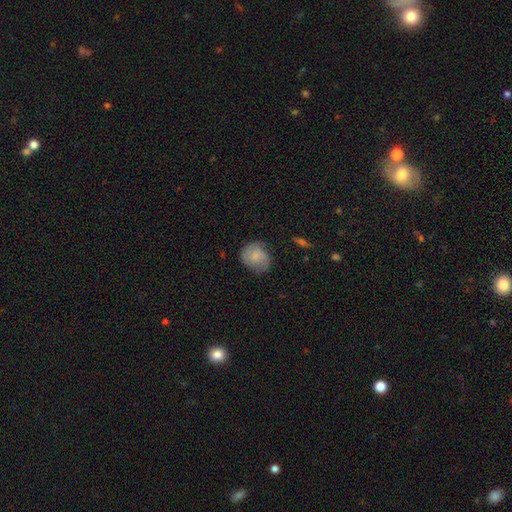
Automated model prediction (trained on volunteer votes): smooth 61%, featured or disk 32%, star or artifact 8%. Down the decision tree: how rounded — round (68%); merging — none (65%).